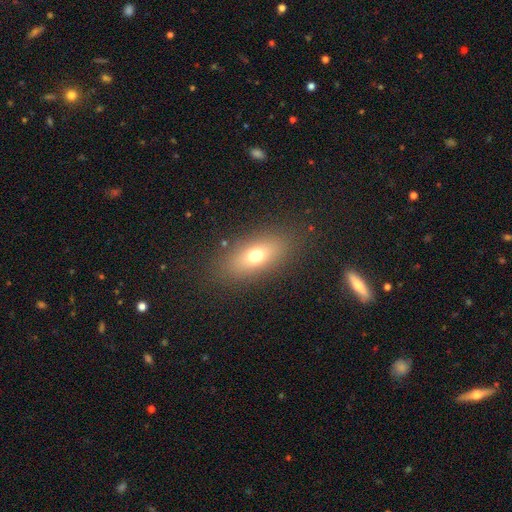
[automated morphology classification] This appears to be a smooth galaxy with no disk features (69%) that is in between round and cigar-shaped (78%). Merging: none (84%).